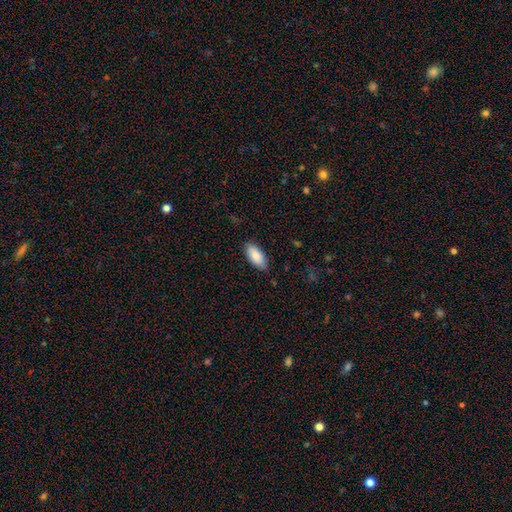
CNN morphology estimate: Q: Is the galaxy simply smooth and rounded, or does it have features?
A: smooth — 87%.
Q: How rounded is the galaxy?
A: in between — 90%.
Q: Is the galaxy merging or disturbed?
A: none — 82%.